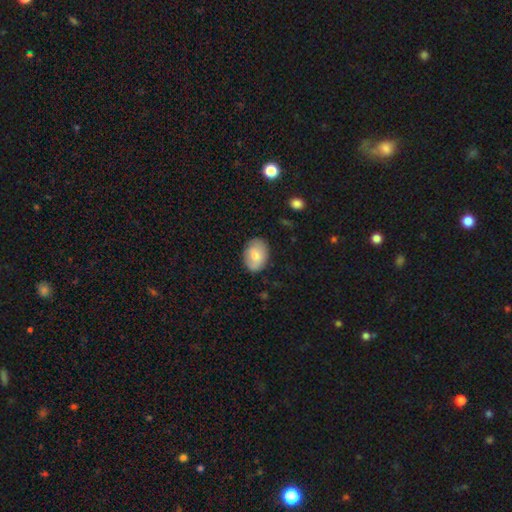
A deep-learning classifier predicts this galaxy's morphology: Q: Smooth or featured?
A: smooth (78%); runner-up: featured or disk (15%)
Q: How rounded?
A: in between (77%); runner-up: round (22%)
Q: Merging?
A: none (82%); runner-up: minor disturbance (14%)